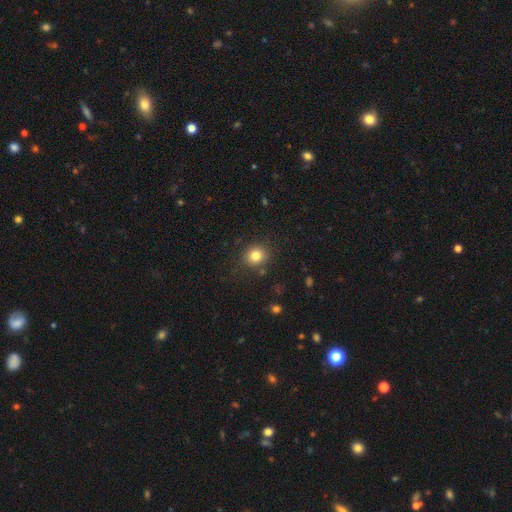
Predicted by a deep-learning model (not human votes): Morphology: type=smooth (81%); roundness=round (82%); merging=none (85%).